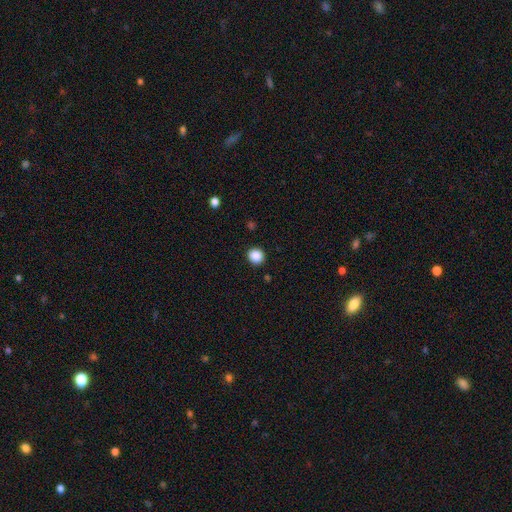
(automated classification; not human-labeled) This appears to be a smooth galaxy with no disk features (88%) that is round (89%). Merging: none (91%).